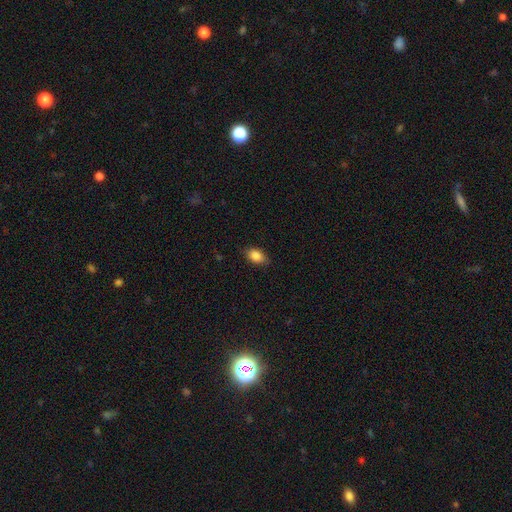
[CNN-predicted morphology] Smooth or featured? Predicted: smooth (p=0.86). How rounded? Predicted: in between (p=0.85). Merging? Predicted: none (p=0.82).